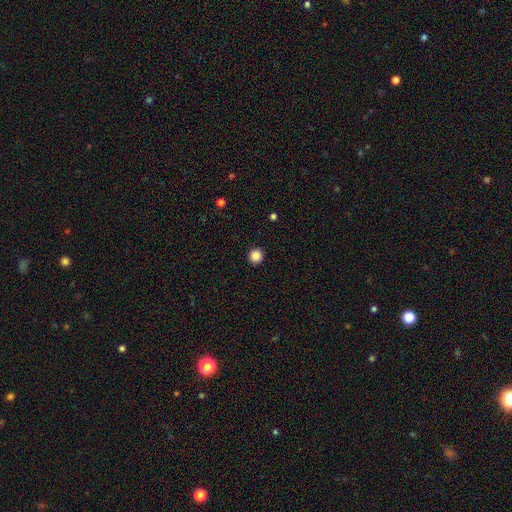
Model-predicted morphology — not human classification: Smooth or featured?
  - smooth: 85% *
  - star or artifact: 11%
  - featured or disk: 4%
How rounded?
  - round: 94% *
  - in between: 5%
  - cigar-shaped: 1%
Merging?
  - none: 93% *
  - minor disturbance: 4%
  - major disturbance: 2%
  - merger: 1%